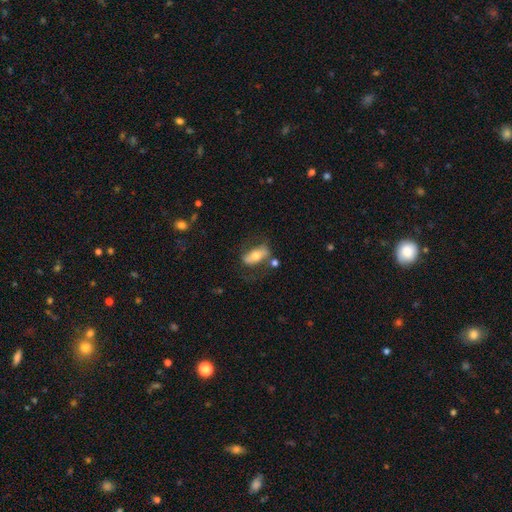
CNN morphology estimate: A smooth galaxy with no disk features (53%) that is in between round and cigar-shaped (80%).

Vote fractions:
- Smooth or featured? smooth: 53% / featured or disk: 40% / star or artifact: 7%
- How rounded? in between: 80% / cigar-shaped: 15% / round: 5%
- Merging? none: 57% / minor disturbance: 20% / major disturbance: 14% / merger: 9%